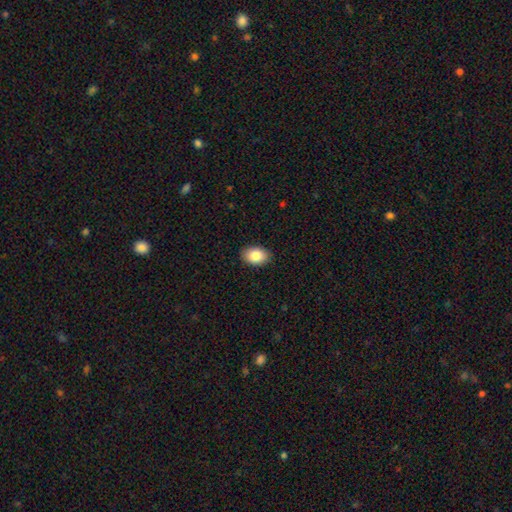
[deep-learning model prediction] smooth_or_featured: smooth (p=0.86) [alt: star or artifact p=0.07]
how_rounded: in between (p=0.86) [alt: round p=0.13]
merging: none (p=0.90) [alt: minor disturbance p=0.08]